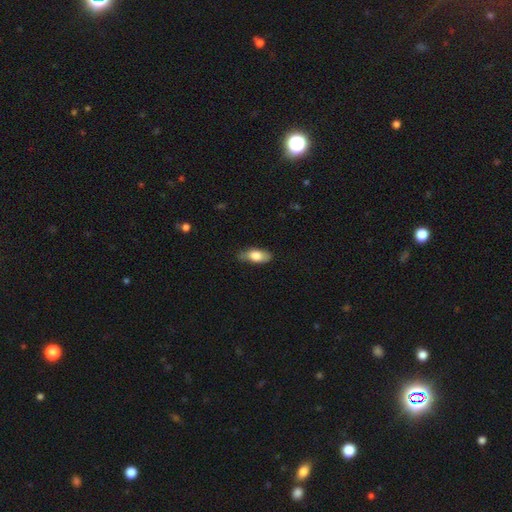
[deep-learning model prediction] smooth 75%, featured or disk 19%, star or artifact 6%. Down the decision tree: how rounded — in between (84%); merging — none (71%).